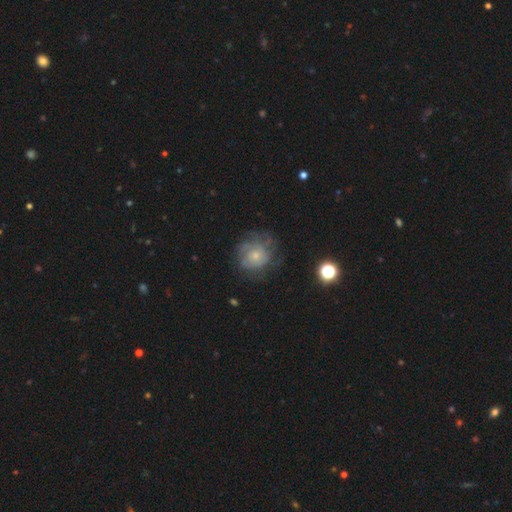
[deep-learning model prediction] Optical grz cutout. It shows a featured or disk galaxy (62%) with no bar (84%), spiral arms (79%) and a small central bulge (67%). Merging: none (63%).